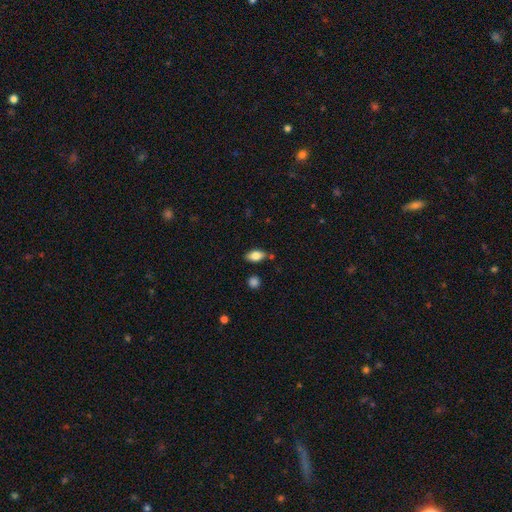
Overall: smooth (81%). How rounded: in between (90%). Merging: none (80%).